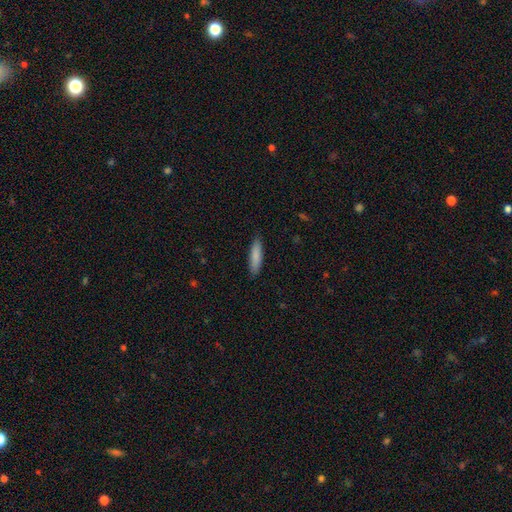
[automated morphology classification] Smooth or featured? smooth (85%)
How rounded? cigar-shaped (70%)
Merging? none (87%)